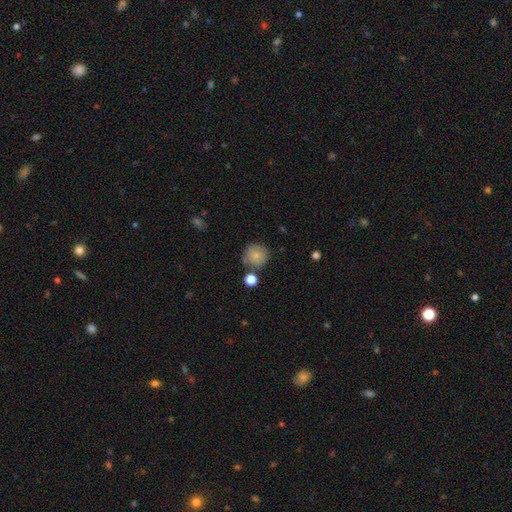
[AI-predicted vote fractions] The model was most divided on "merging": none: 73%, minor disturbance: 14%, merger: 9%, major disturbance: 4%. More confident: how rounded — round (93%); smooth or featured — smooth (81%).